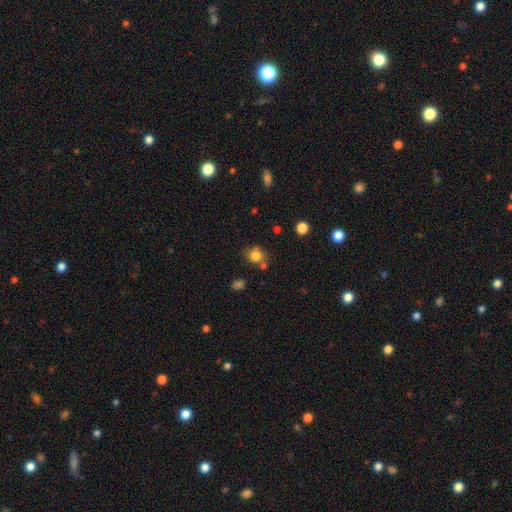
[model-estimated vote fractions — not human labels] A smooth galaxy with no disk features (80%) that is round (78%). Merging: none (67%).